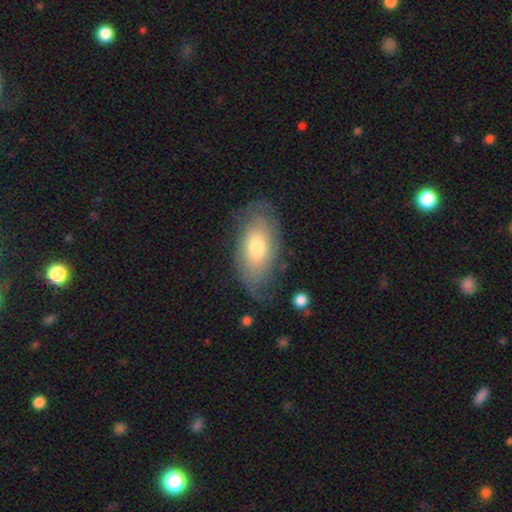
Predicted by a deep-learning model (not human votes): Smooth or featured: featured or disk — 53% (smooth — 40%)
Edge-on disk: no — 89% (yes — 11%)
Merging: none — 66% (minor disturbance — 23%)